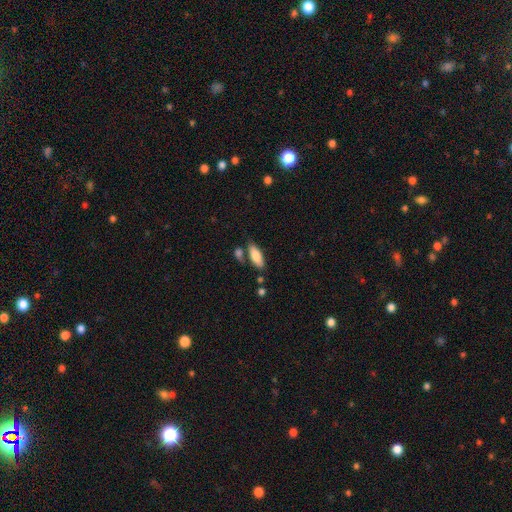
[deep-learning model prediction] Smooth or featured? smooth (80%)
How rounded? in between (76%)
Merging? none (68%)